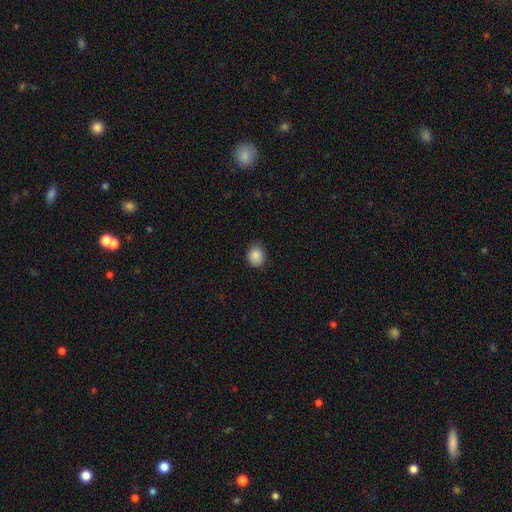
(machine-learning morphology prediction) Smooth or featured: smooth — 87% (star or artifact — 9%)
How rounded: round — 60% (in between — 39%)
Merging: none — 81% (minor disturbance — 16%)